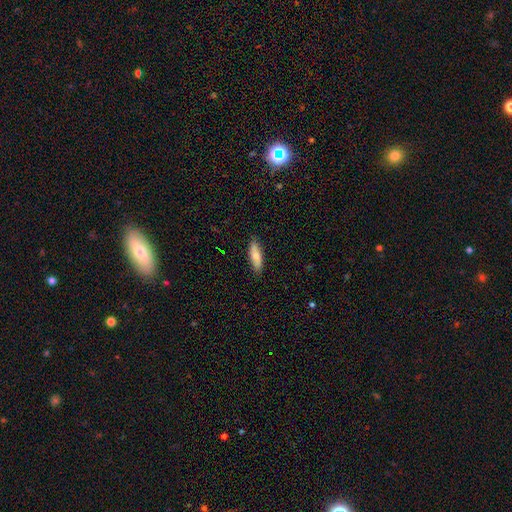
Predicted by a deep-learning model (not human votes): Smooth or featured?
  - smooth: 80% *
  - featured or disk: 14%
  - star or artifact: 6%
How rounded?
  - cigar-shaped: 53% *
  - in between: 45%
  - round: 2%
Merging?
  - none: 86% *
  - minor disturbance: 11%
  - major disturbance: 2%
  - merger: 1%